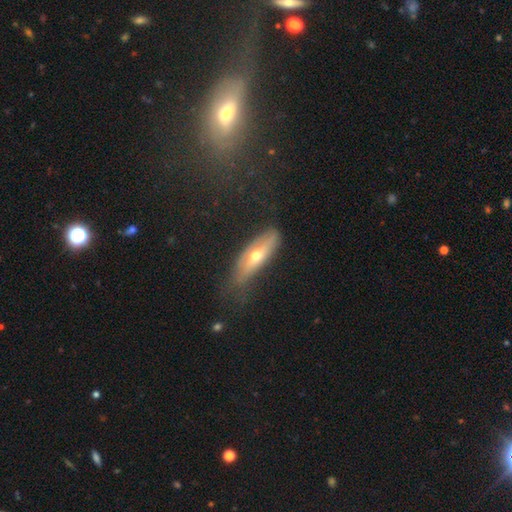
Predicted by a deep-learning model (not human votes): A smooth galaxy with no disk features (46%, tied with featured or disk).

Vote fractions:
- Smooth or featured? smooth: 46% (tied) / featured or disk: 46% (tied) / star or artifact: 8%
- Merging? none: 56% / minor disturbance: 28% / major disturbance: 14% / merger: 2%